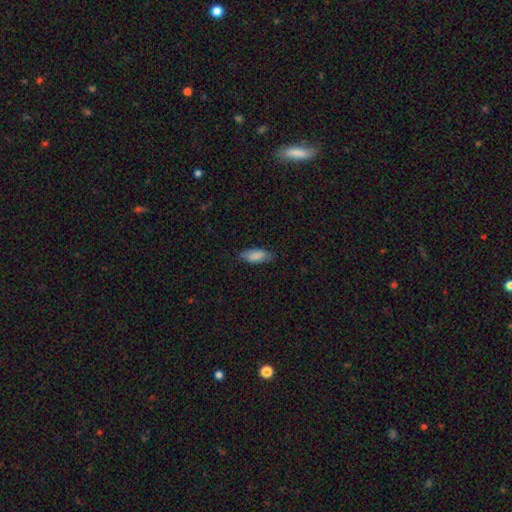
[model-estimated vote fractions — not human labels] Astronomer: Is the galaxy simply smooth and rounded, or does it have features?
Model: smooth — 85%.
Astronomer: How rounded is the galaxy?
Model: in between — 84%.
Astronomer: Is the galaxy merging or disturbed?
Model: none — 76%.